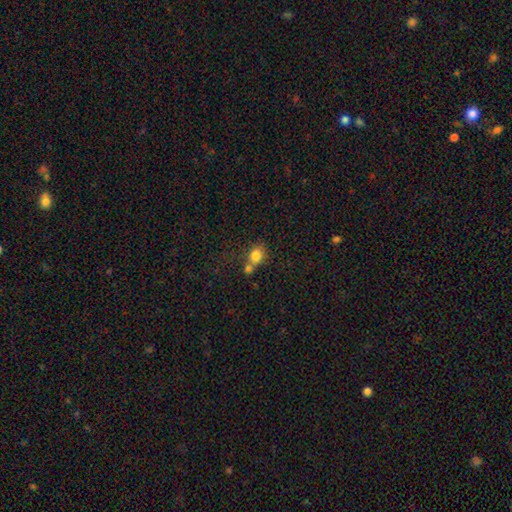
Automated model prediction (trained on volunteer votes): Smooth or featured?
  - smooth: 81% *
  - star or artifact: 11%
  - featured or disk: 8%
How rounded?
  - round: 55% *
  - in between: 43%
  - cigar-shaped: 1%
Merging?
  - none: 44% *
  - merger: 39%
  - minor disturbance: 12%
  - major disturbance: 5%